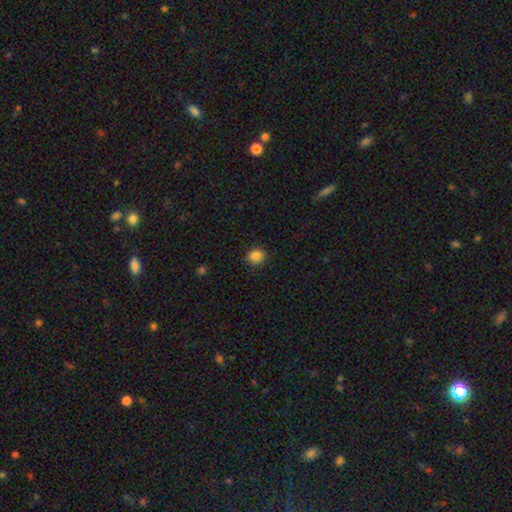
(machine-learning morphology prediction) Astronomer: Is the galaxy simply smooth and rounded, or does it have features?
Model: smooth — 85%.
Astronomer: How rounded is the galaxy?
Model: round — 71%.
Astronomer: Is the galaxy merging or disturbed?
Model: none — 87%.